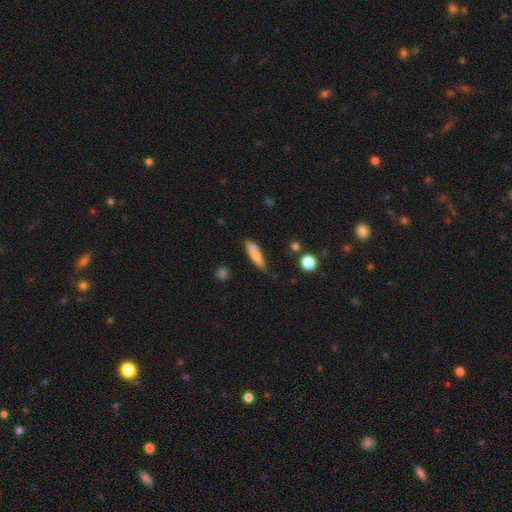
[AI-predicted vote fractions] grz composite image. It shows a smooth galaxy with no disk features (72%) that is cigar-shaped (74%). Merging: none (61%).